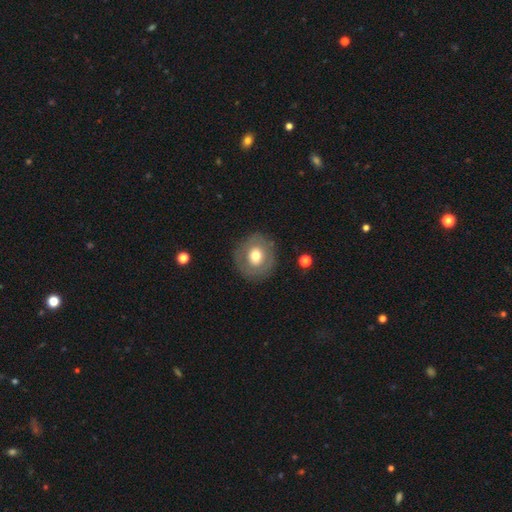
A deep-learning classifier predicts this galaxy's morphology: Smooth or featured?
  - smooth: 61% *
  - featured or disk: 31%
  - star or artifact: 8%
How rounded?
  - round: 84% *
  - in between: 15%
  - cigar-shaped: 1%
Merging?
  - none: 83% *
  - minor disturbance: 11%
  - major disturbance: 5%
  - merger: 1%